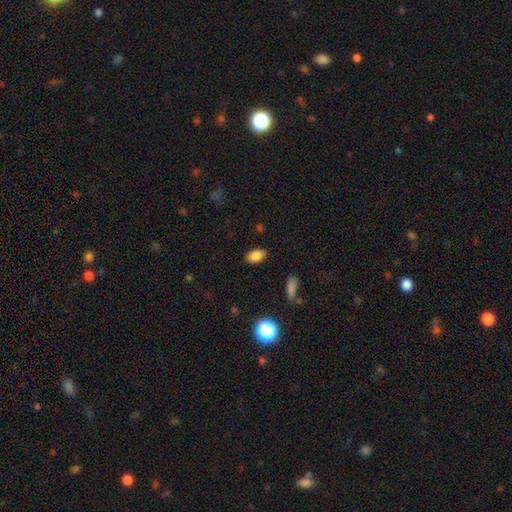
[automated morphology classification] This appears to be a smooth galaxy with no disk features (84%) that is in between round and cigar-shaped (90%). Merging: none (84%).